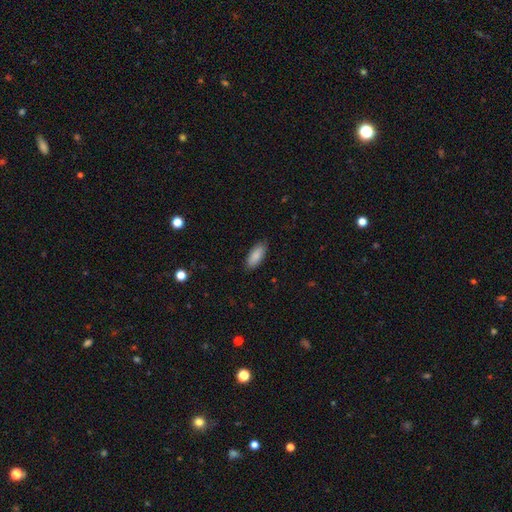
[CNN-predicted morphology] Smooth or featured? smooth (88%)
How rounded? in between (83%)
Merging? none (86%)